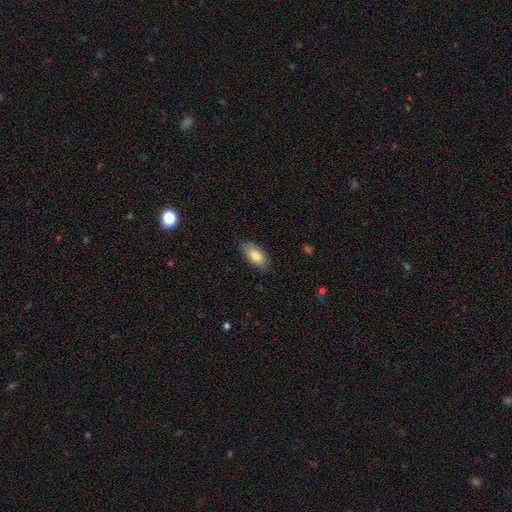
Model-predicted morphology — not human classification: Overall: smooth (81%). How rounded: in between (92%). Merging: none (84%).